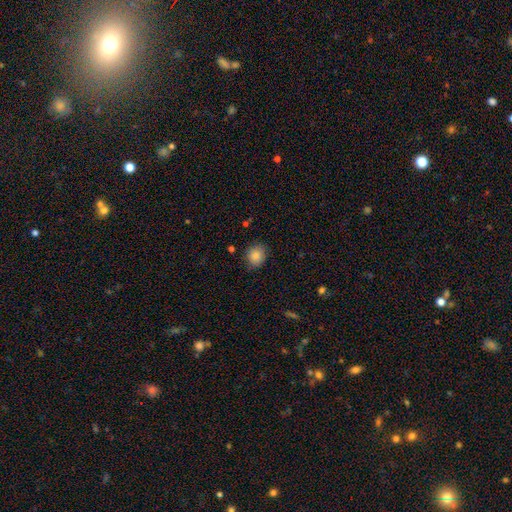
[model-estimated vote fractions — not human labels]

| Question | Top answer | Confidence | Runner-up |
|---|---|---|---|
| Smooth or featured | smooth | 86% | star or artifact (9%) |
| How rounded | round | 70% | in between (29%) |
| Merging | none | 81% | minor disturbance (15%) |